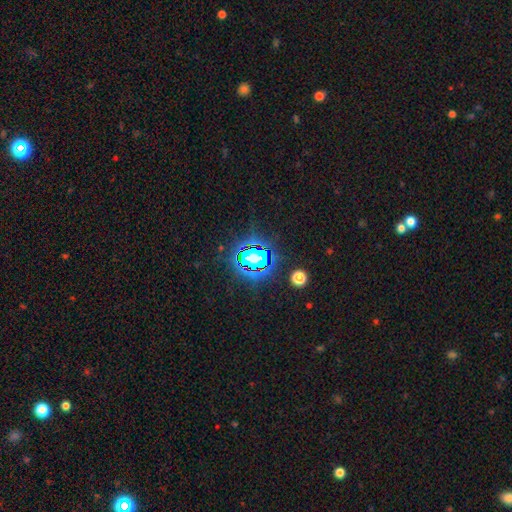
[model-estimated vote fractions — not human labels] The model was most divided on "smooth or featured": star or artifact: 80%, smooth: 12%, featured or disk: 8%.